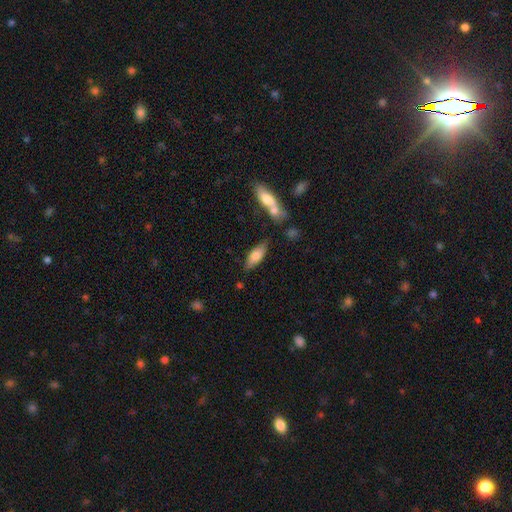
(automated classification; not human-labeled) smooth-or-featured: smooth: 73% | featured or disk: 21% | star or artifact: 7%
  how-rounded: in between: 67% | cigar-shaped: 31% | round: 2%
  merging: none: 75% | minor disturbance: 15% | merger: 7% | major disturbance: 4%